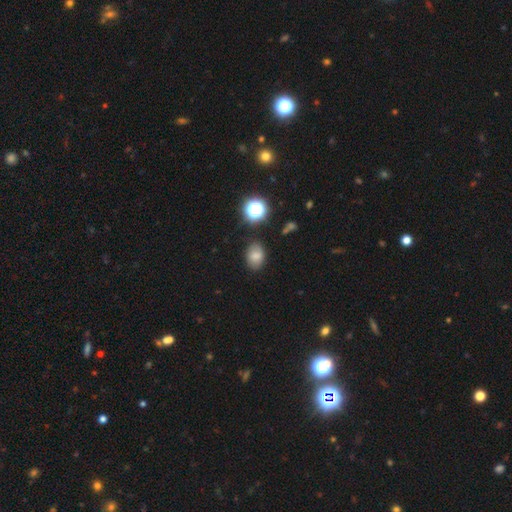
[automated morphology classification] A smooth galaxy with no disk features (78%) that is in between round and cigar-shaped (73%). Merging: none (79%).